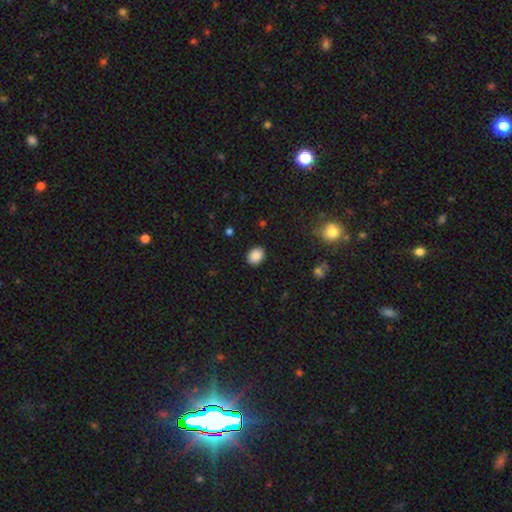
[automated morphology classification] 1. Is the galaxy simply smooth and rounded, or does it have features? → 88% smooth, 9% star or artifact, 3% featured or disk.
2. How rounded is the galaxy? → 52% in between, 47% round, 1% cigar-shaped.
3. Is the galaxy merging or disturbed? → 89% none, 8% minor disturbance, 2% major disturbance, 1% merger.